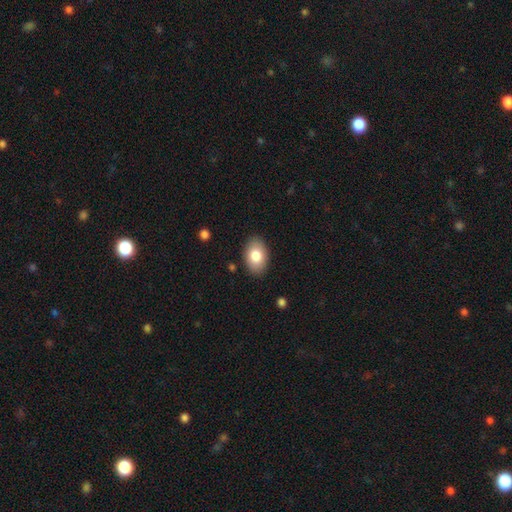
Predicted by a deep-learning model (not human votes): A smooth galaxy with no disk features (82%) that is in between round and cigar-shaped (89%).

Vote fractions:
- Smooth or featured? smooth: 82% / featured or disk: 11% / star or artifact: 7%
- How rounded? in between: 89% / round: 10% / cigar-shaped: 1%
- Merging? none: 87% / minor disturbance: 9% / major disturbance: 2% / merger: 1%